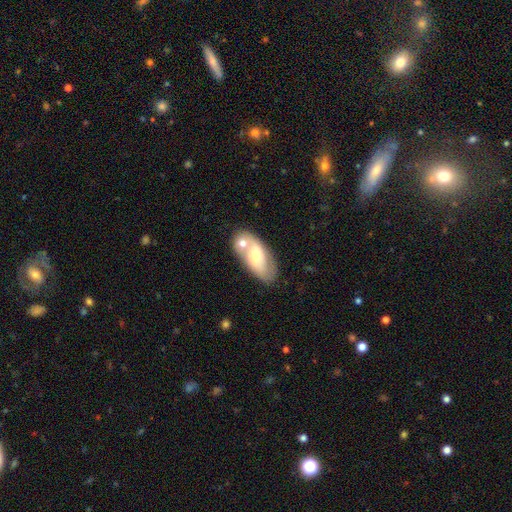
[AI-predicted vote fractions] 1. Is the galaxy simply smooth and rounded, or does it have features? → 56% smooth, 38% featured or disk, 6% star or artifact.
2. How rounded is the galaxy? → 89% in between, 6% cigar-shaped, 5% round.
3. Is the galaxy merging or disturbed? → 40% none (tied), 40% merger (tied), 15% minor disturbance, 6% major disturbance.